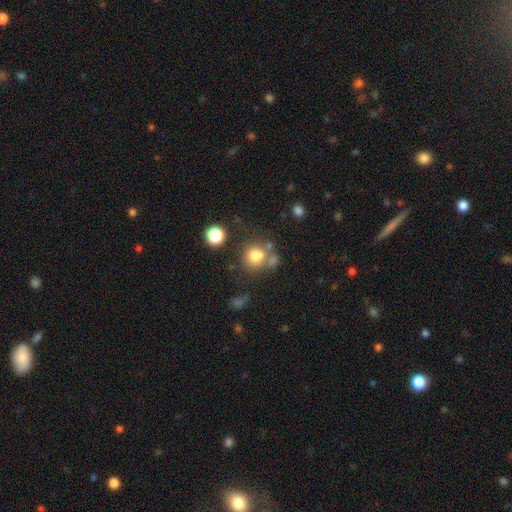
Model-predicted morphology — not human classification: smooth-or-featured: smooth: 74% | star or artifact: 14% | featured or disk: 12%
  how-rounded: round: 81% | in between: 18% | cigar-shaped: 1%
  merging: none: 53% | merger: 25% | minor disturbance: 14% | major disturbance: 8%